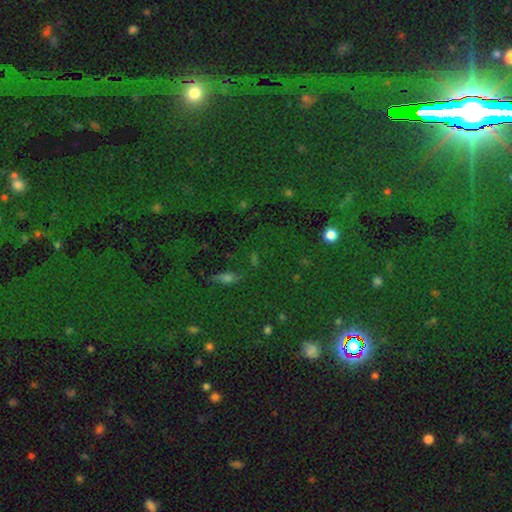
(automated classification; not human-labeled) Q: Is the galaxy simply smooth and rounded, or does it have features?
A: star or artifact — 69%.